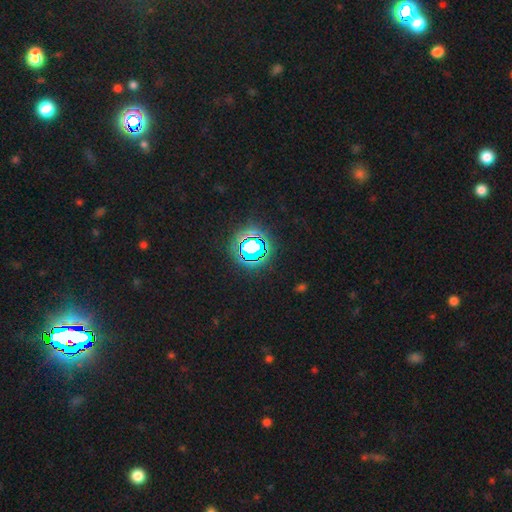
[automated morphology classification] Smooth or featured? Predicted: star or artifact (p=0.82).